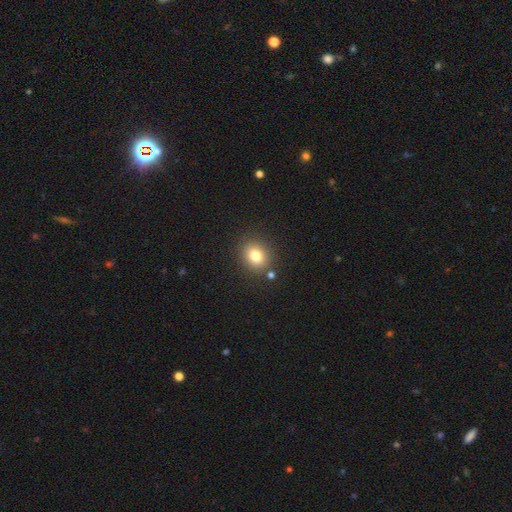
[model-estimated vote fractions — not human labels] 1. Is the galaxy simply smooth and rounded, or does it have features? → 79% smooth, 13% star or artifact, 8% featured or disk.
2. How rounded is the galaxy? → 72% round, 27% in between, 1% cigar-shaped.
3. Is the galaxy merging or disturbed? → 84% none, 8% minor disturbance, 5% merger, 3% major disturbance.